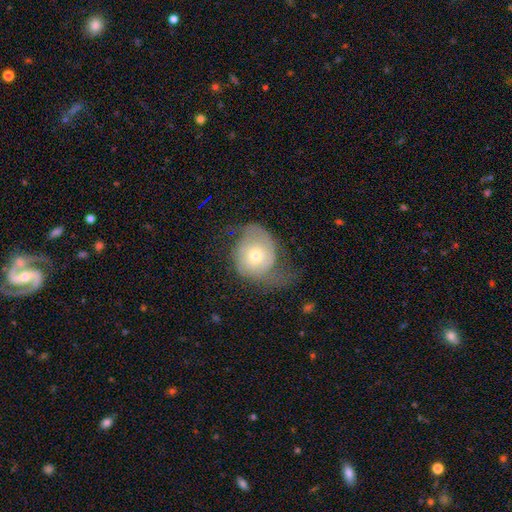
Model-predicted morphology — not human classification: A featured or disk galaxy (62%) with no bar (79%), spiral arms (81%) and a small central bulge (50%). Merging: major disturbance (36%).